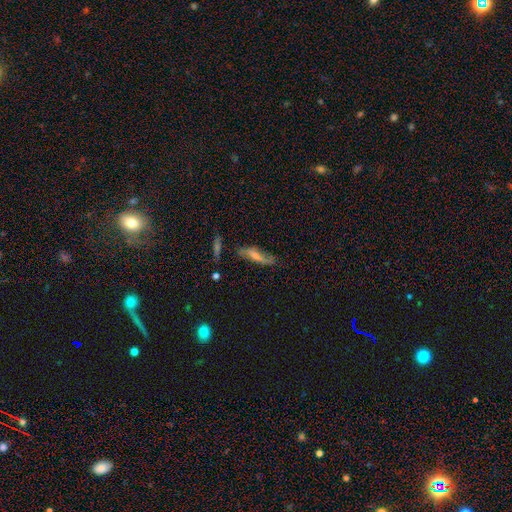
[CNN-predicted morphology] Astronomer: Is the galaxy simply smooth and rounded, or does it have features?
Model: smooth — 47% (runner-up: featured or disk, 44%).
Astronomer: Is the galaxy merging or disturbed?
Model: none — 61%.